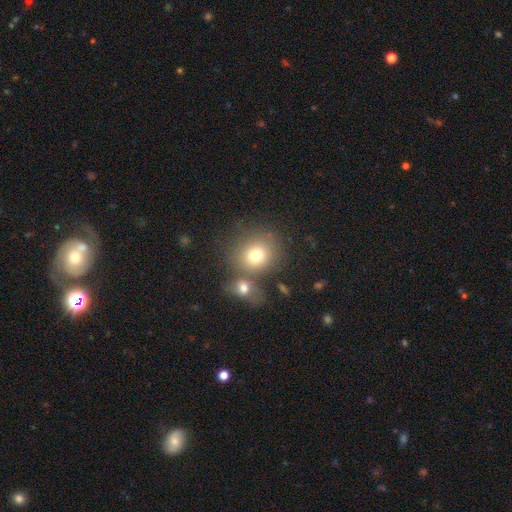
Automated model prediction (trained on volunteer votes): A smooth galaxy with no disk features (74%) that is round (76%).

Vote fractions:
- Smooth or featured? smooth: 74% / featured or disk: 14% / star or artifact: 12%
- How rounded? round: 76% / in between: 23% / cigar-shaped: 1%
- Merging? none: 53% / merger: 31% / minor disturbance: 11% / major disturbance: 5%